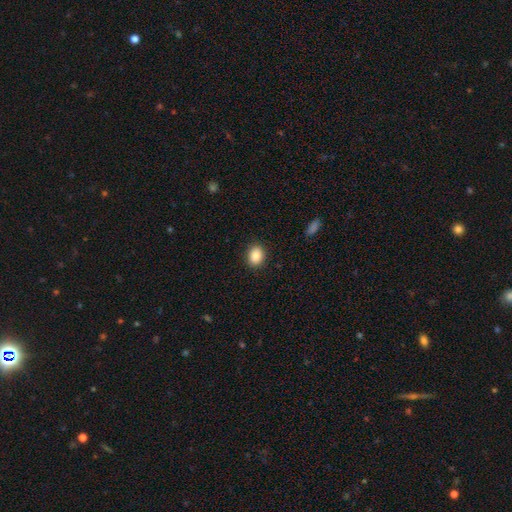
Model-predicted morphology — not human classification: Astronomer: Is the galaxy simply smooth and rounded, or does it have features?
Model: smooth — 87%.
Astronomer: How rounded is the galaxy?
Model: in between — 54% (runner-up: round, 45%).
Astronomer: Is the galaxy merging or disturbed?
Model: none — 90%.